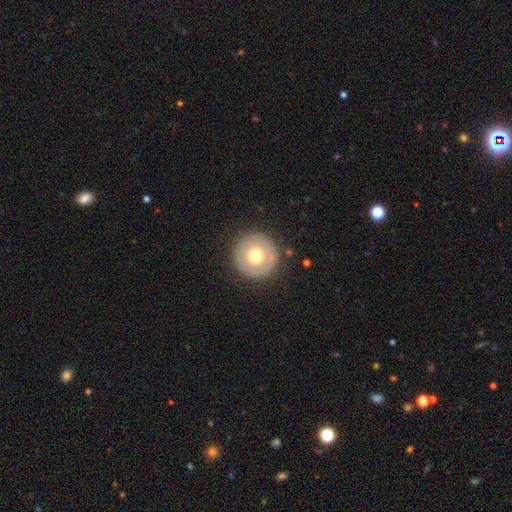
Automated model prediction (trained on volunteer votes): Morphology: type=smooth (60%); roundness=round (96%); merging=none (87%).